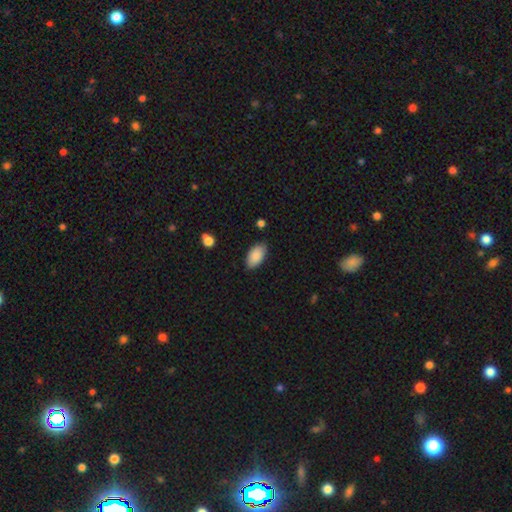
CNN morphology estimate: type=smooth (89%); roundness=in between (95%); merging=none (84%).